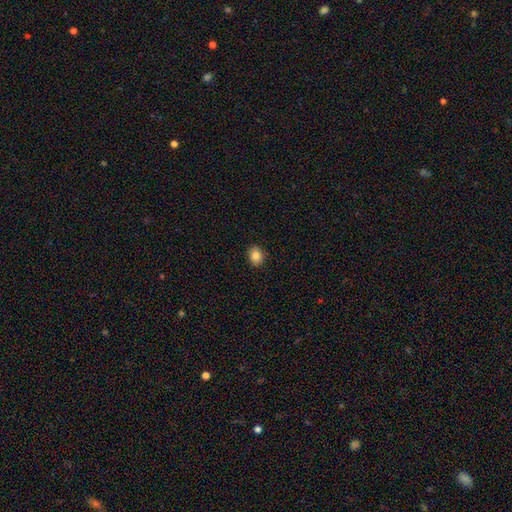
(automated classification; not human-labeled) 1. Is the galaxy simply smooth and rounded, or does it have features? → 86% smooth, 9% star or artifact, 5% featured or disk.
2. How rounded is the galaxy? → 56% in between, 43% round, 1% cigar-shaped.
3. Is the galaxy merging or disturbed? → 89% none, 8% minor disturbance, 2% major disturbance, 1% merger.